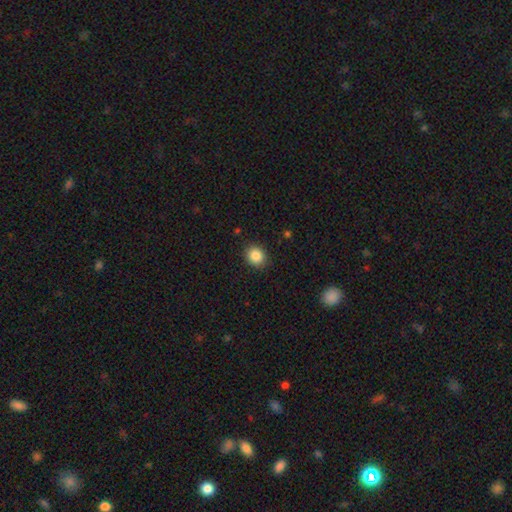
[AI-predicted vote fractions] smooth-or-featured: smooth: 87% | star or artifact: 9% | featured or disk: 4%
  how-rounded: round: 70% | in between: 29% | cigar-shaped: 1%
  merging: none: 89% | minor disturbance: 8% | major disturbance: 2% | merger: 1%